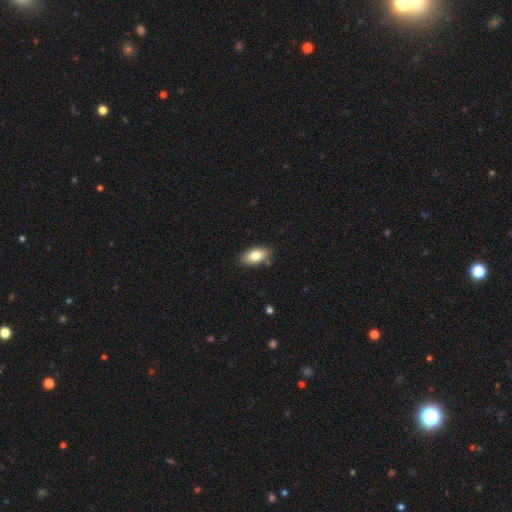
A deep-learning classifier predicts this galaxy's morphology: Smooth or featured?
  - smooth: 79% *
  - featured or disk: 14%
  - star or artifact: 7%
How rounded?
  - in between: 90% *
  - cigar-shaped: 6%
  - round: 4%
Merging?
  - none: 83% *
  - minor disturbance: 13%
  - major disturbance: 2%
  - merger: 2%